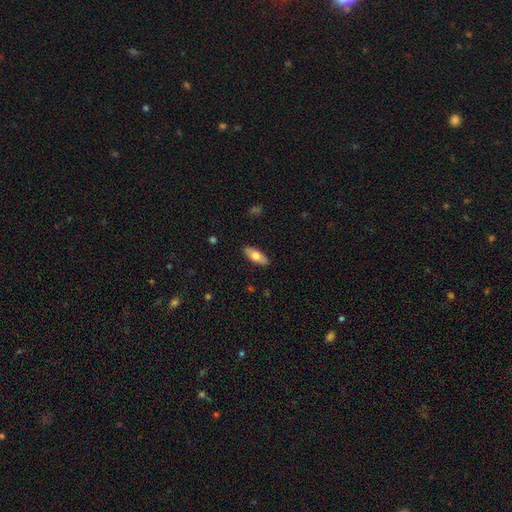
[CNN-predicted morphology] This appears to be a smooth galaxy with no disk features (72%) that is in between round and cigar-shaped (80%). Merging: none (88%).